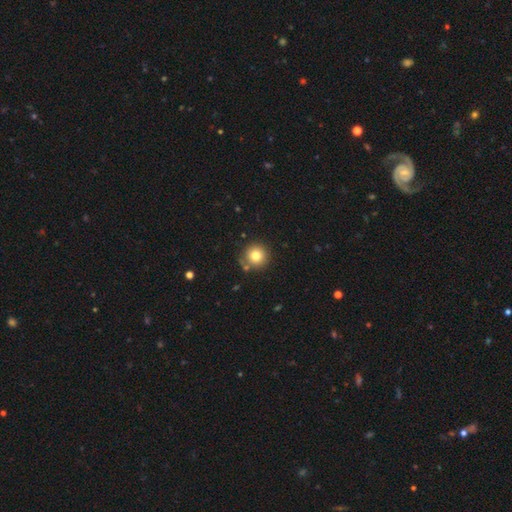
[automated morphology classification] smooth-or-featured: smooth: 79% | star or artifact: 11% | featured or disk: 10%
  how-rounded: round: 95% | in between: 4% | cigar-shaped: 1%
  merging: none: 82% | minor disturbance: 9% | merger: 6% | major disturbance: 3%